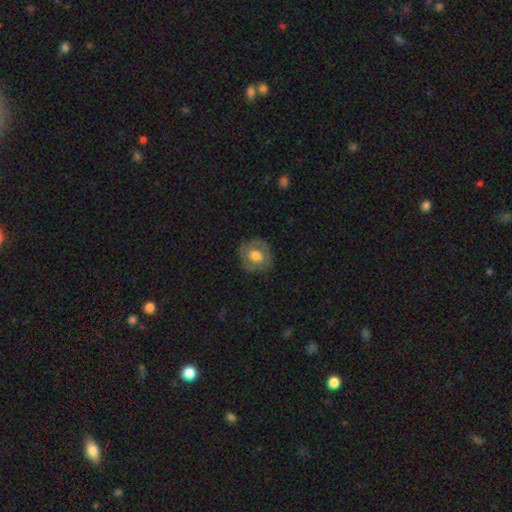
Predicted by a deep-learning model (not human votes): Q: Smooth or featured?
A: smooth (56%); runner-up: featured or disk (37%)
Q: How rounded?
A: round (80%); runner-up: in between (19%)
Q: Merging?
A: none (81%); runner-up: minor disturbance (14%)